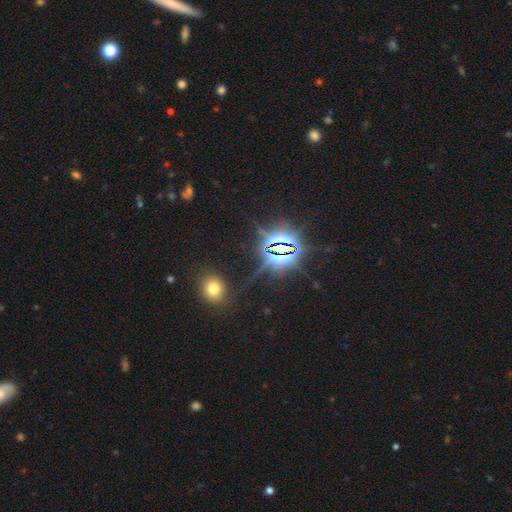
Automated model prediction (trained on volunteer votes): Smooth or featured?
  - star or artifact: 73% *
  - smooth: 20%
  - featured or disk: 7%